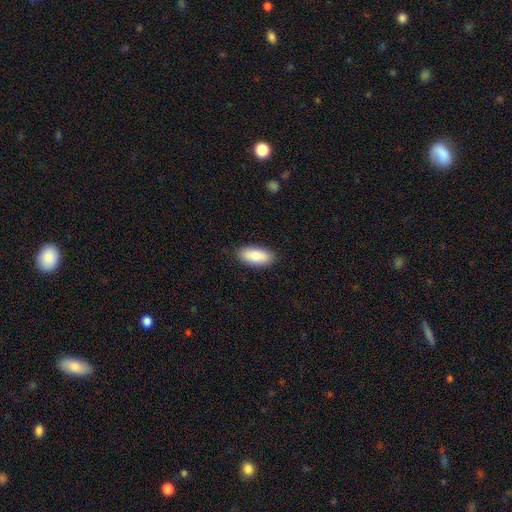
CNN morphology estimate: This is clearly a smooth galaxy (83%). How rounded: clearly in between (90%). Merging: clearly none (87%).